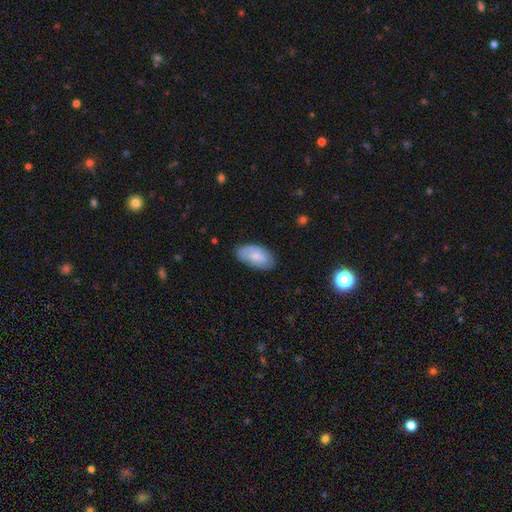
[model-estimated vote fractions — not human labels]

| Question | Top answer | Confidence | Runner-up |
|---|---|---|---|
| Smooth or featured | smooth | 73% | featured or disk (21%) |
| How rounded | in between | 94% | cigar-shaped (3%) |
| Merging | none | 75% | minor disturbance (19%) |